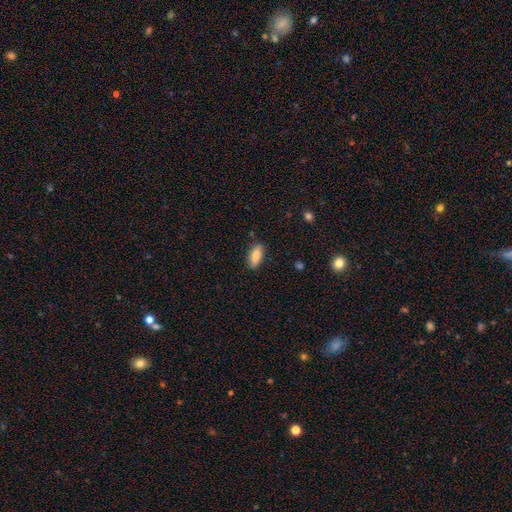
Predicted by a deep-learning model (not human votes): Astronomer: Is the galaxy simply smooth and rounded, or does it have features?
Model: smooth — 84%.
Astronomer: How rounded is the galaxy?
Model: in between — 80%.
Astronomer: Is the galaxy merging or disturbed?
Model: none — 84%.